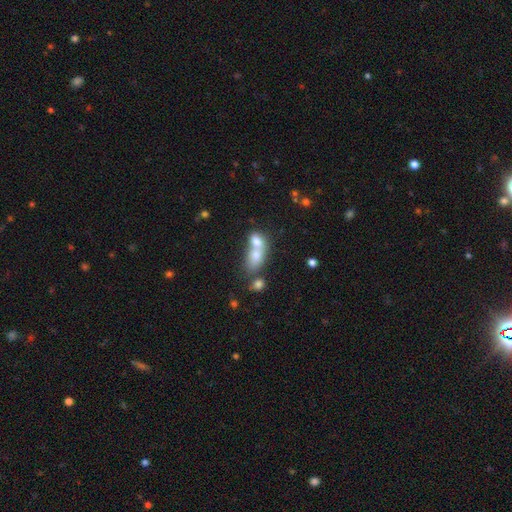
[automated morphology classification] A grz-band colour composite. It shows a smooth galaxy with no disk features (72%) that is in between round and cigar-shaped (74%). Merging: merger (72%).